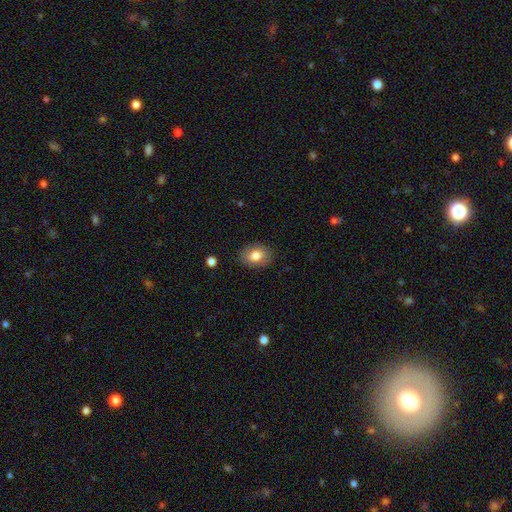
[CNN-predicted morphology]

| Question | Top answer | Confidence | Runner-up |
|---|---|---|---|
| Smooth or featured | smooth | 79% | featured or disk (13%) |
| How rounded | in between | 66% | round (33%) |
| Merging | none | 86% | minor disturbance (10%) |